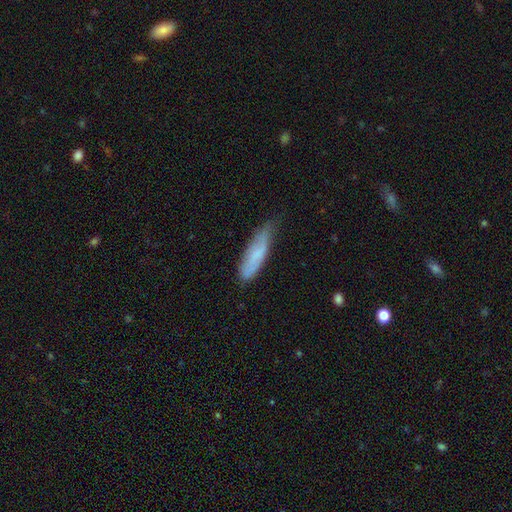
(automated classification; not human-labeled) This appears to be a smooth galaxy with no disk features (71%) that is cigar-shaped (62%). Merging: none (58%).